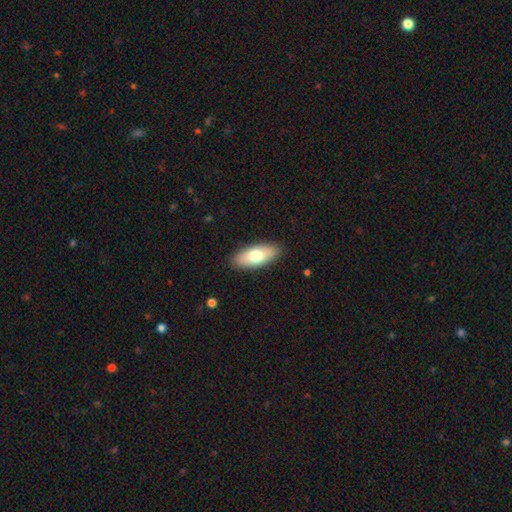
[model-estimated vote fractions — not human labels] Q: Smooth or featured?
A: smooth (73%); runner-up: featured or disk (21%)
Q: How rounded?
A: in between (83%); runner-up: cigar-shaped (14%)
Q: Merging?
A: none (89%); runner-up: minor disturbance (8%)